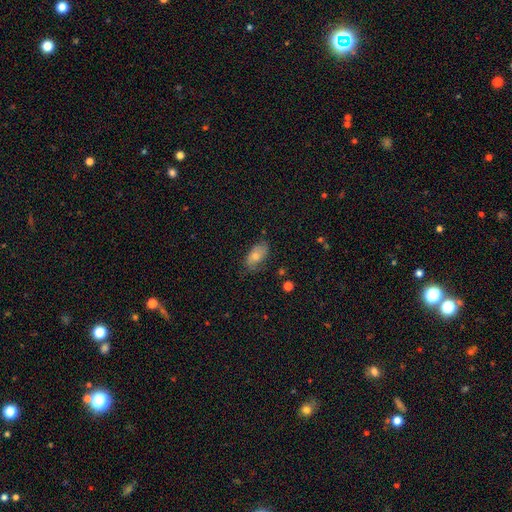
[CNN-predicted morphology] type=smooth (70%); roundness=in between (92%); merging=none (65%).